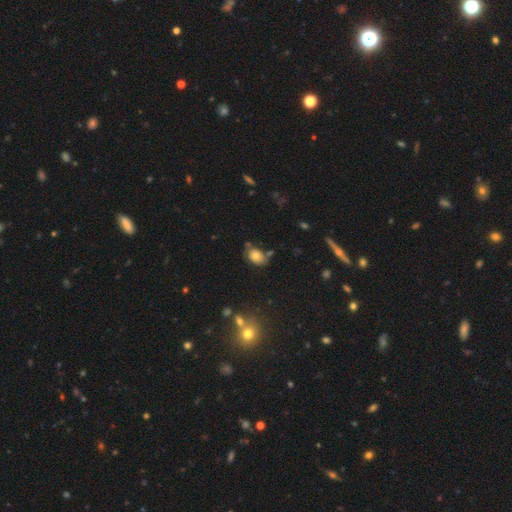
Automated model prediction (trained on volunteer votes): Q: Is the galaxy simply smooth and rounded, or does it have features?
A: smooth — 72%.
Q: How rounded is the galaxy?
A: in between — 79%.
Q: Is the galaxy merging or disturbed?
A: none — 59%.